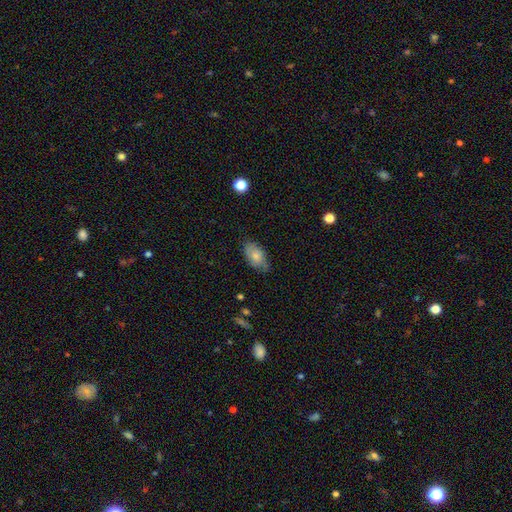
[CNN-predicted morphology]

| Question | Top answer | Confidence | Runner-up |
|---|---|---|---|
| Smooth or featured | smooth | 76% | featured or disk (17%) |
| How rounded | in between | 93% | round (5%) |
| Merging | none | 68% | minor disturbance (26%) |